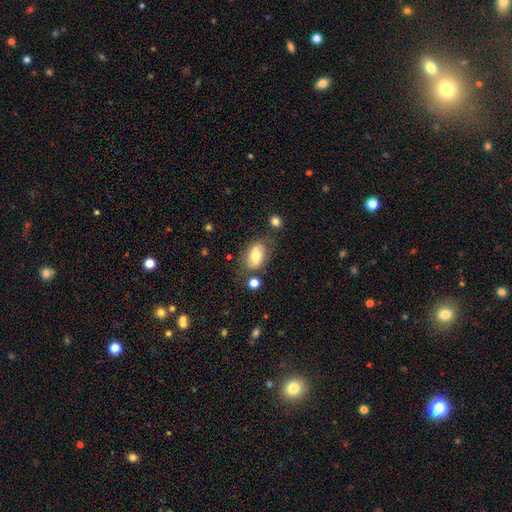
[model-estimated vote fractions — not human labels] Smooth or featured? smooth (68%)
How rounded? in between (87%)
Merging? none (68%)